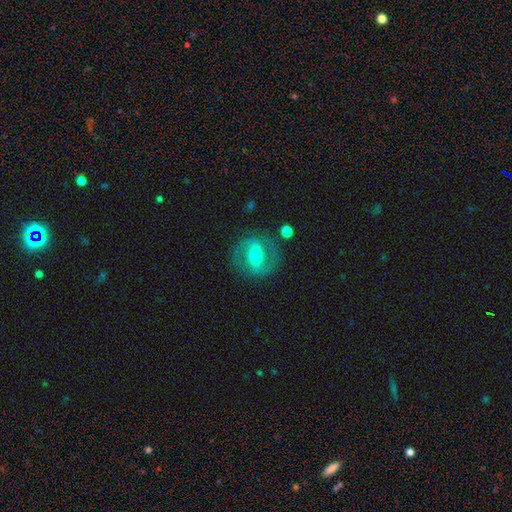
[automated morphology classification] smooth-or-featured: featured or disk: 77% | smooth: 16% | star or artifact: 7%
  disk-edge-on: no: 97% | yes: 3%
    bar: weak: 40% | strong: 35% | no: 25%
    has-spiral-arms: yes: 88% | no: 12%
      spiral-winding: medium: 55% | tight: 28% | loose: 17%
      spiral-arm-count: 2: 89% | can't tell: 5% | 1: 2% | 3: 1% | 4: 1% | more than 4: 1%
    bulge-size: moderate: 51% | small: 42% | large: 4% | none: 2% | dominant: 1%
  merging: none: 80% | minor disturbance: 12% | major disturbance: 6% | merger: 2%